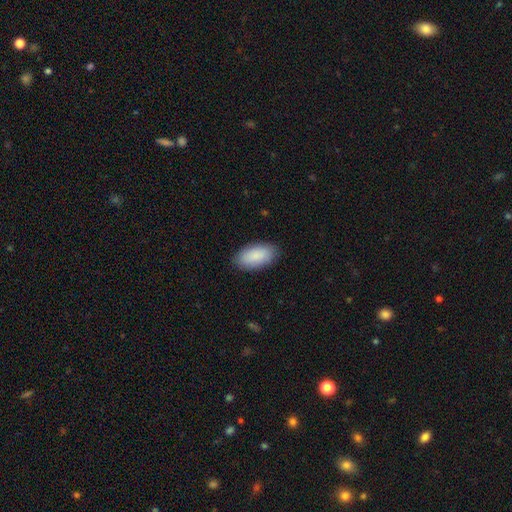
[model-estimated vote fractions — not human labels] This is clearly a smooth galaxy (89%). How rounded: clearly in between (94%). Merging: clearly none (87%).